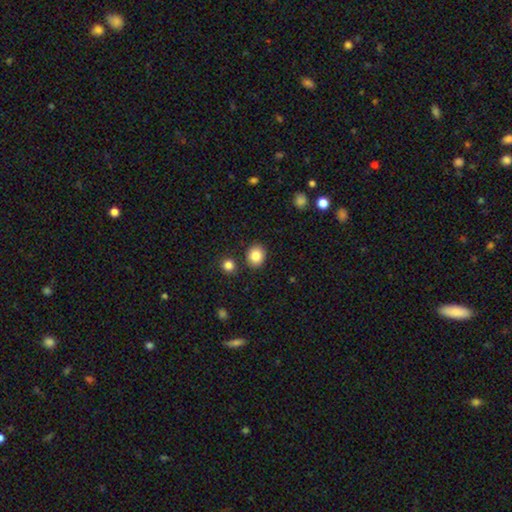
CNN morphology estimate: A smooth galaxy with no disk features (86%) that is round (73%).

Vote fractions:
- Smooth or featured? smooth: 86% / star or artifact: 9% / featured or disk: 5%
- How rounded? round: 73% / in between: 26% / cigar-shaped: 1%
- Merging? none: 86% / minor disturbance: 7% / merger: 5% / major disturbance: 2%